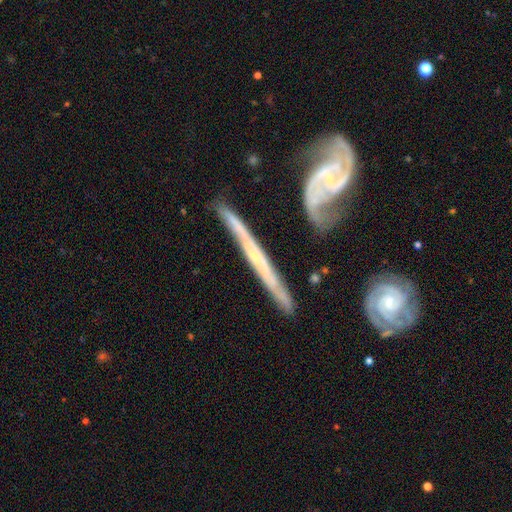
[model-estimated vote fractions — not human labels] A featured or disk galaxy (74%) viewed edge-on (82%) with no central bulge (68%).

Vote fractions:
- Smooth or featured? featured or disk: 74% / smooth: 20% / star or artifact: 6%
- Edge-on disk? yes: 82% / no: 18%
- Edge-on bulge? none: 68% / rounded: 25% / boxy: 7%
- Merging? none: 75% / minor disturbance: 16% / merger: 5% / major disturbance: 4%